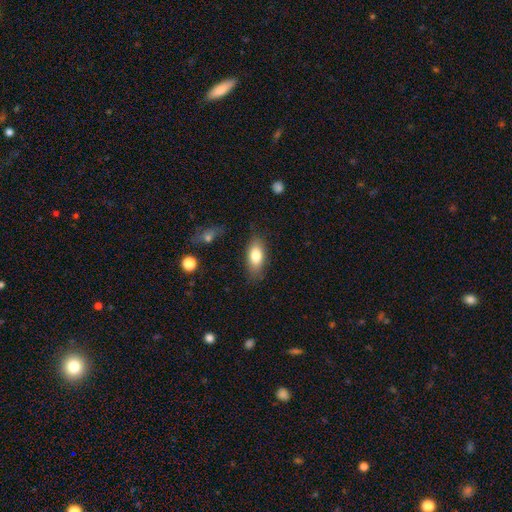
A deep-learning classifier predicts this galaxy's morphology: smooth-or-featured: smooth: 81% | featured or disk: 12% | star or artifact: 7%
  how-rounded: in between: 86% | cigar-shaped: 10% | round: 4%
  merging: none: 80% | minor disturbance: 14% | major disturbance: 4% | merger: 2%